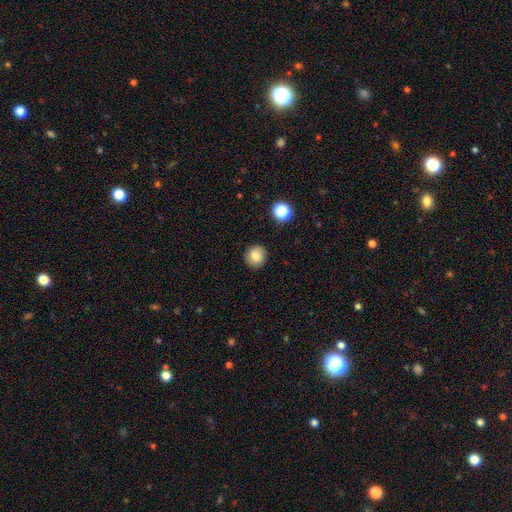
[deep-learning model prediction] This is clearly a smooth galaxy (83%). How rounded: clearly round (91%). Merging: clearly none (89%).